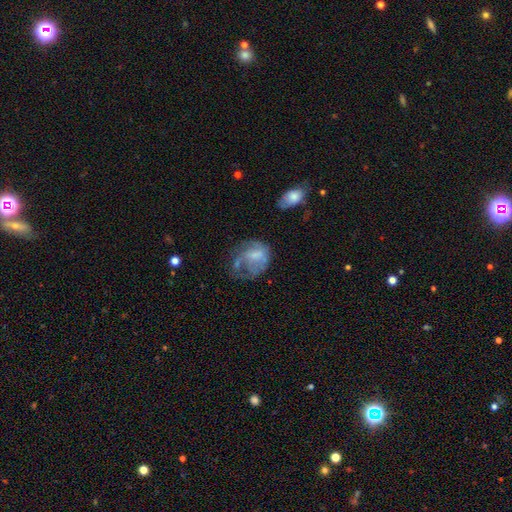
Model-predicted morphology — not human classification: This appears to be a smooth galaxy with no disk features (46%). Merging: major disturbance (41%).